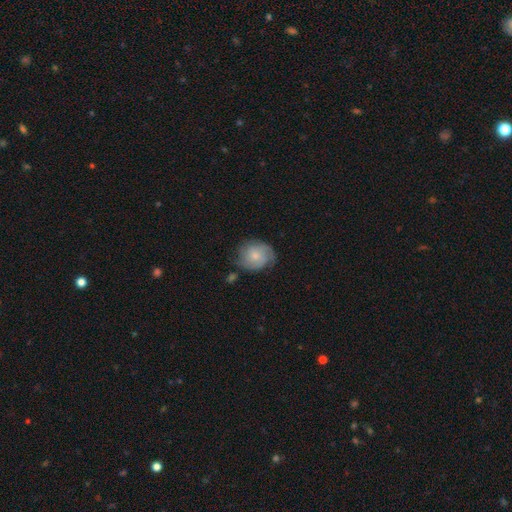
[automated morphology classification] The model was most divided on "smooth or featured": smooth: 51%, featured or disk: 42%, star or artifact: 7%. More confident: how rounded — round (74%); merging — none (62%).